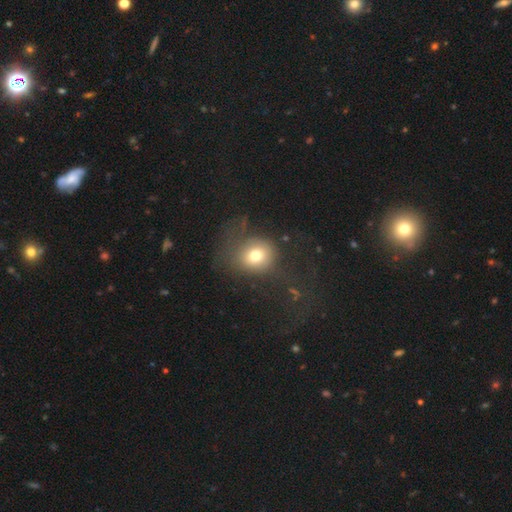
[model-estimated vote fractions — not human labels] This appears to be a smooth galaxy with no disk features (72%) that is round (76%). Merging: none (55%).